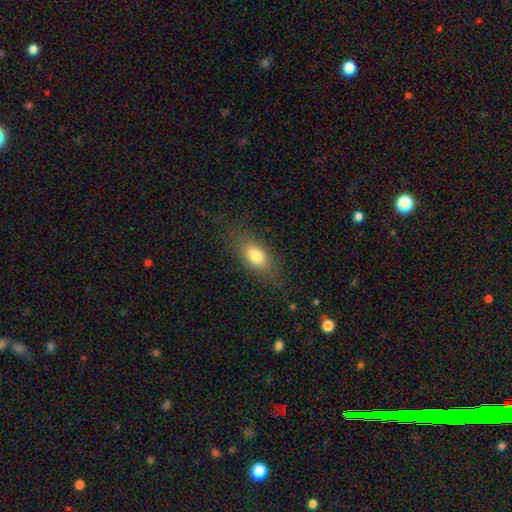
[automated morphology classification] smooth-or-featured: smooth: 78% | featured or disk: 14% | star or artifact: 9%
  how-rounded: in between: 82% | round: 9% | cigar-shaped: 9%
  merging: none: 77% | minor disturbance: 15% | major disturbance: 7% | merger: 1%